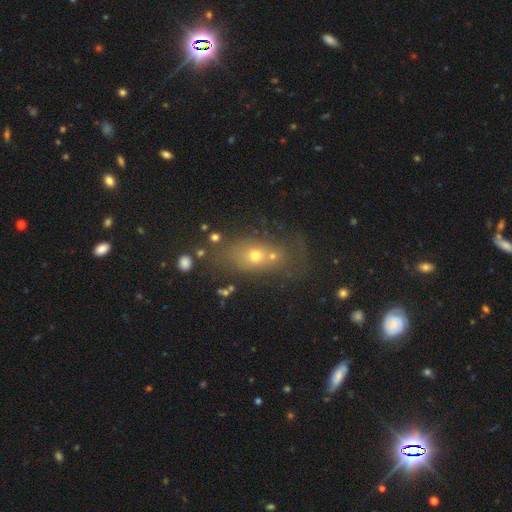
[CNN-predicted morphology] Q: Smooth or featured?
A: smooth (58%); runner-up: featured or disk (21%)
Q: How rounded?
A: in between (56%); runner-up: round (38%)
Q: Merging?
A: none (48%); runner-up: merger (28%)